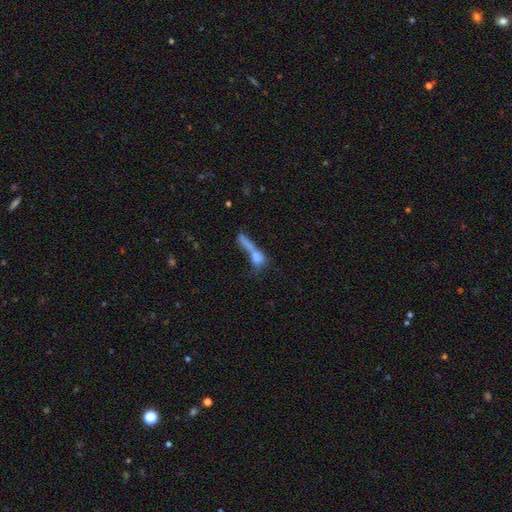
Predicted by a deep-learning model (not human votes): Smooth or featured? smooth (59%)
How rounded? cigar-shaped (47%)
Merging? merger (53%)